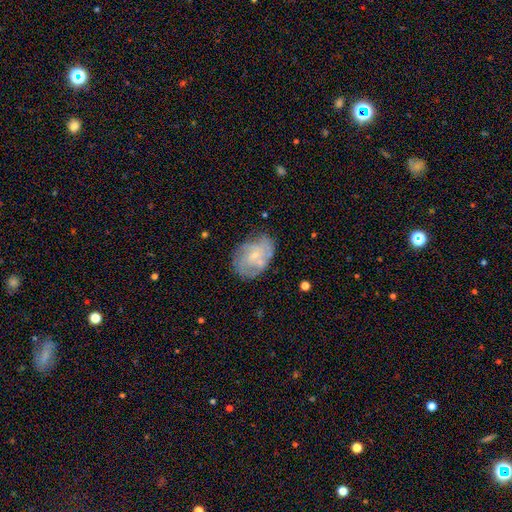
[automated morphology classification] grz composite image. It shows a featured or disk galaxy (57%) with no bar (70%), spiral arms (57%) and a small central bulge (66%). Merging: none (60%).